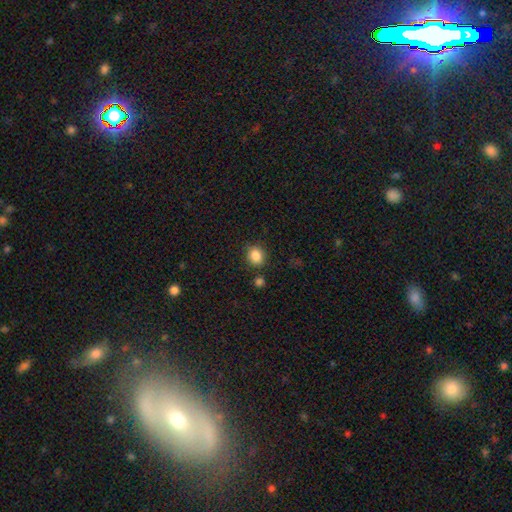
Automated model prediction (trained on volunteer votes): Smooth or featured: smooth — 86% (star or artifact — 10%)
How rounded: round — 72% (in between — 27%)
Merging: none — 82% (minor disturbance — 10%)